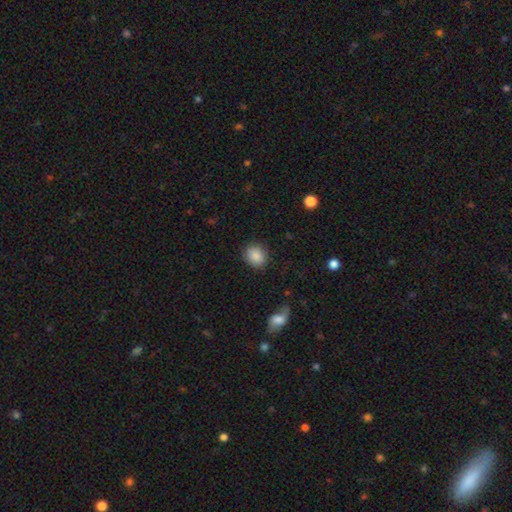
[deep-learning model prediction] smooth 88%, star or artifact 8%, featured or disk 4%. Down the decision tree: how rounded — round (69%); merging — none (85%).